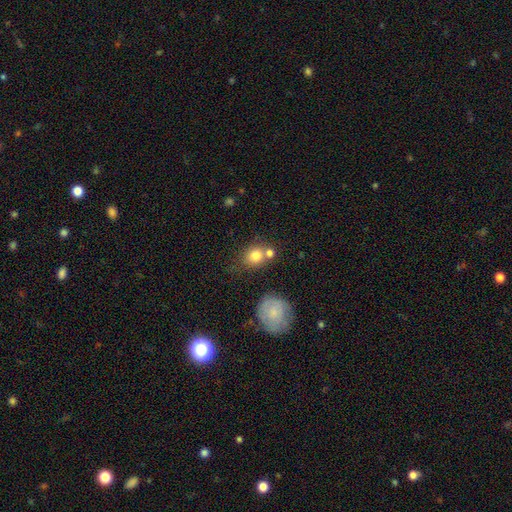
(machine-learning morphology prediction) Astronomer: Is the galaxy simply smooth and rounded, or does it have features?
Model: smooth — 80%.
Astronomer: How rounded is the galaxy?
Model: round — 69%.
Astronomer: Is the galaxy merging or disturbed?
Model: none — 54%.